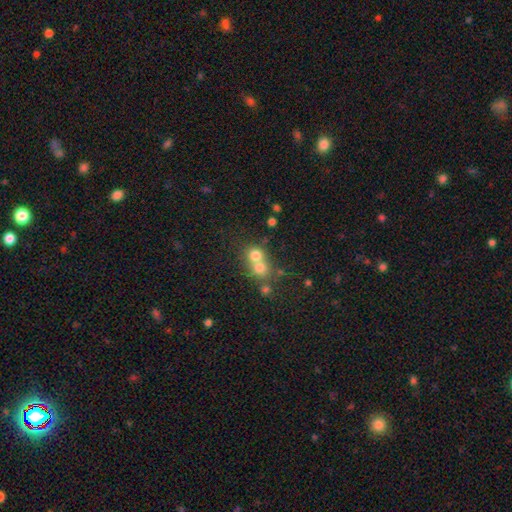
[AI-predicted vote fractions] This is likely a smooth galaxy (71%). How rounded: clearly round (82%). Merging: likely merger (62%).